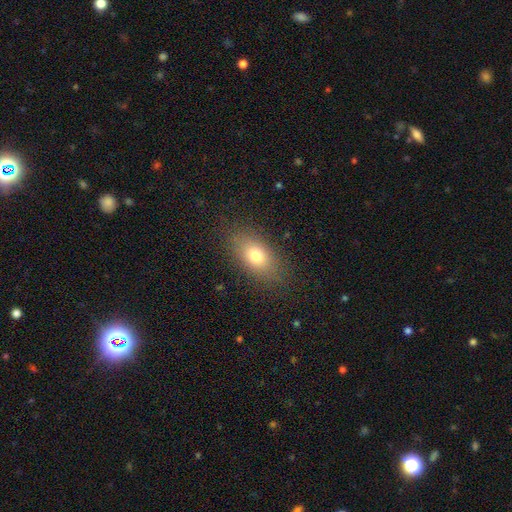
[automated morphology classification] Overall: smooth (75%). How rounded: in between (83%). Merging: none (84%).